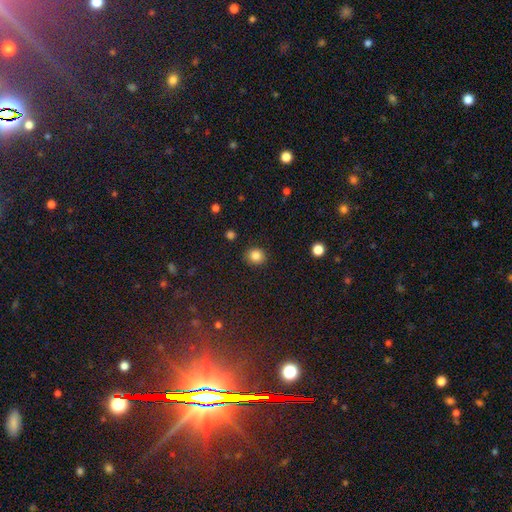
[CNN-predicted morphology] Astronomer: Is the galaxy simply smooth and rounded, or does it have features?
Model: smooth — 85%.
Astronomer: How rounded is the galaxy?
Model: round — 83%.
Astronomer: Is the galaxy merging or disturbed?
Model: none — 90%.